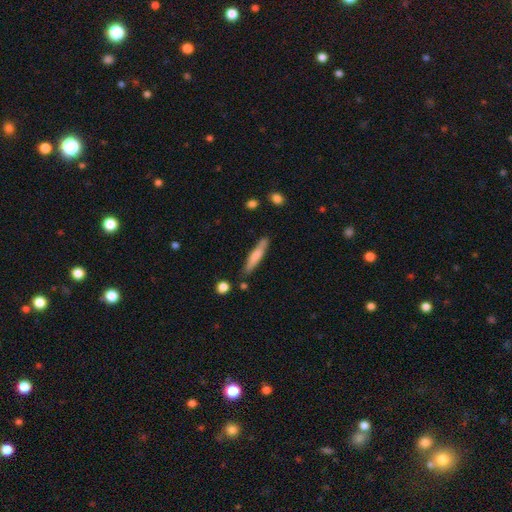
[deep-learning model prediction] Smooth or featured? smooth (67%)
How rounded? cigar-shaped (90%)
Merging? none (80%)